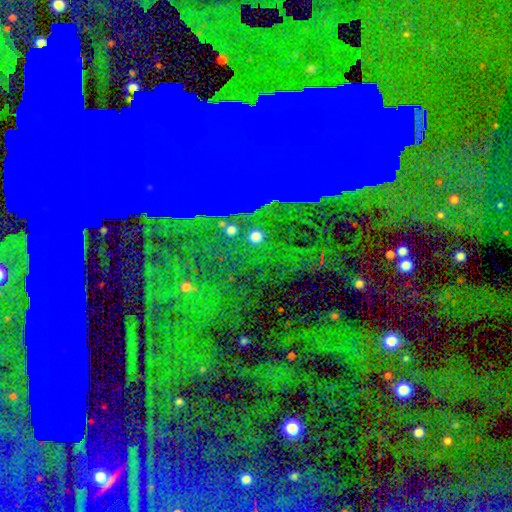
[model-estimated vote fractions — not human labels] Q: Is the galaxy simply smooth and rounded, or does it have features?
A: star or artifact — 65%.